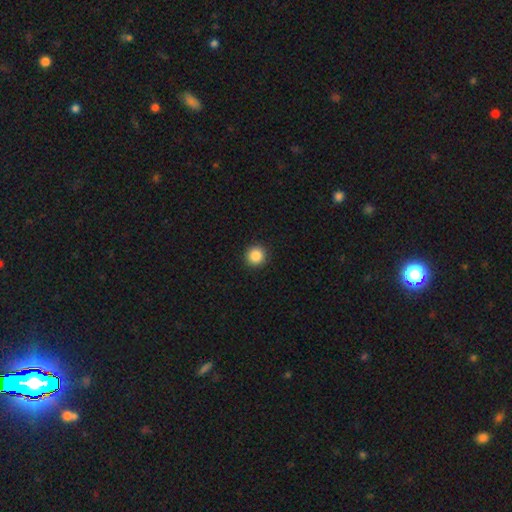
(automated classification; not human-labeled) Smooth or featured: smooth — 87% (star or artifact — 10%)
How rounded: round — 95% (in between — 4%)
Merging: none — 93% (minor disturbance — 5%)